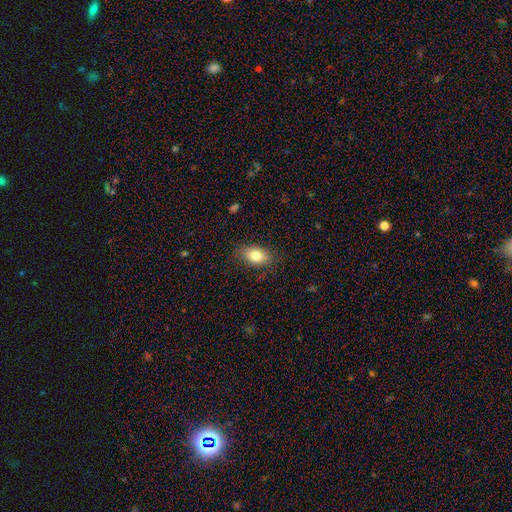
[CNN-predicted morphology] type=smooth (81%); roundness=in between (86%); merging=none (82%).